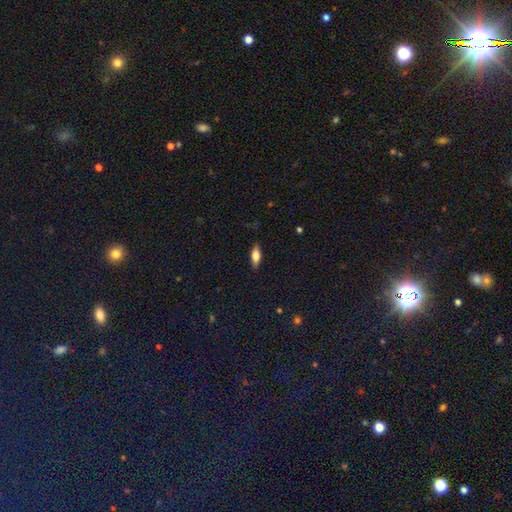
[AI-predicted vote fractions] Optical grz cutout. It shows a smooth galaxy with no disk features (65%) that is in between round and cigar-shaped (67%). Merging: none (86%).